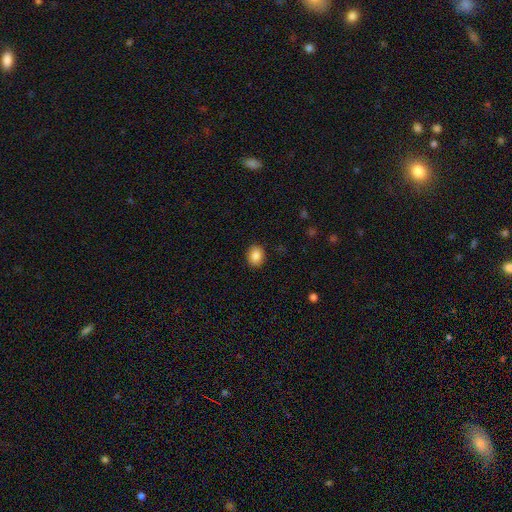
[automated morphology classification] Q: Smooth or featured?
A: smooth (87%); runner-up: star or artifact (9%)
Q: How rounded?
A: round (54%); runner-up: in between (45%)
Q: Merging?
A: none (90%); runner-up: minor disturbance (7%)